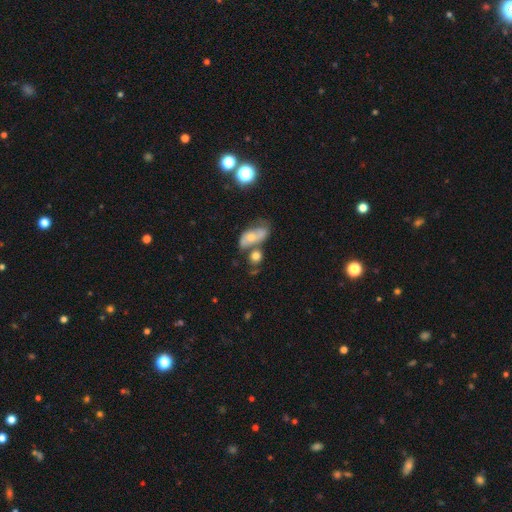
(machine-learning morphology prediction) Smooth or featured? smooth (54%)
How rounded? round (49%)
Merging? none (41%)